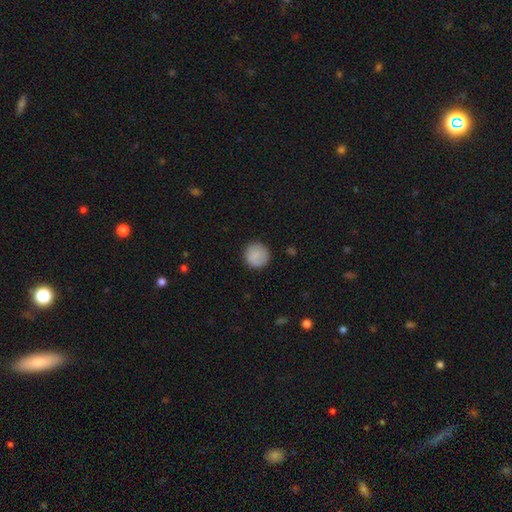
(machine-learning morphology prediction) This appears to be a smooth galaxy with no disk features (87%) that is round (95%). Merging: none (89%).